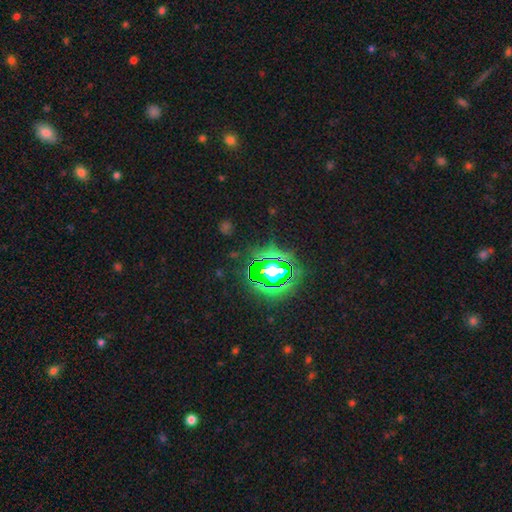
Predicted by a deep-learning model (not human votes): Overall: star or artifact (78%).